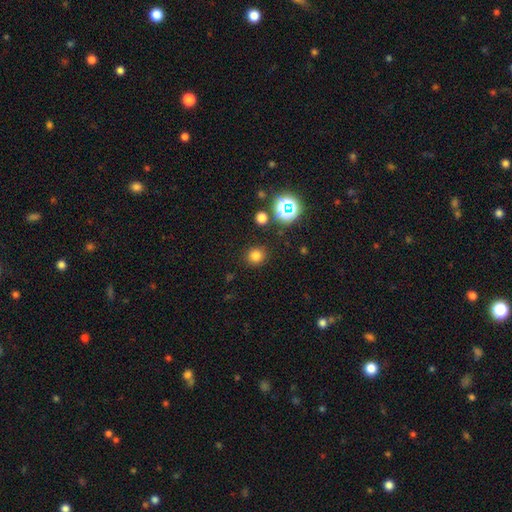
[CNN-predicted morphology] Smooth or featured?
  - smooth: 76% *
  - star or artifact: 19%
  - featured or disk: 5%
How rounded?
  - round: 89% *
  - in between: 10%
  - cigar-shaped: 1%
Merging?
  - none: 89% *
  - minor disturbance: 6%
  - major disturbance: 3%
  - merger: 2%